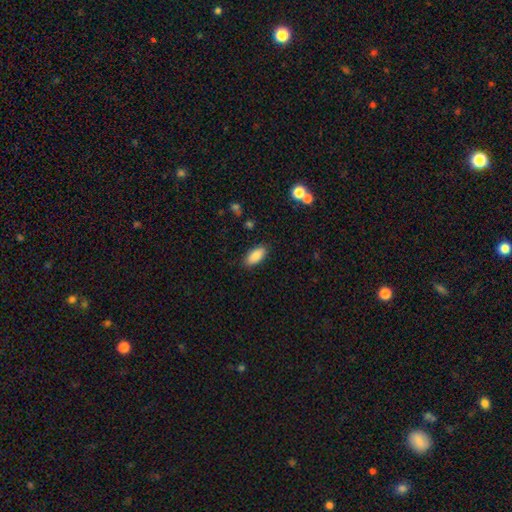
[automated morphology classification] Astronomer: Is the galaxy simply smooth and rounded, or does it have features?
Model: smooth — 88%.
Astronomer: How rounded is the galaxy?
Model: in between — 89%.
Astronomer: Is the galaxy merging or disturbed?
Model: none — 87%.